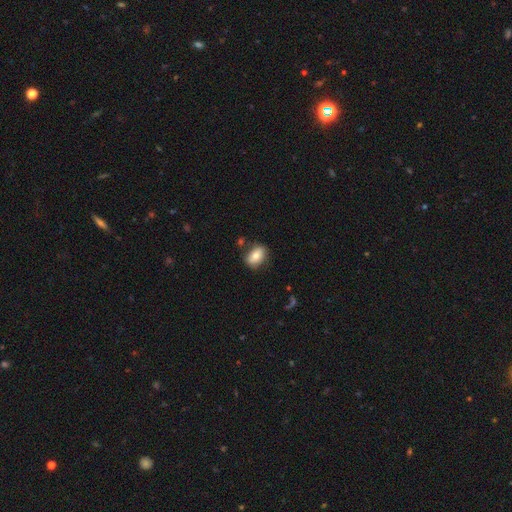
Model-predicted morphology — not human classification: Smooth or featured? smooth (73%)
How rounded? in between (80%)
Merging? none (75%)